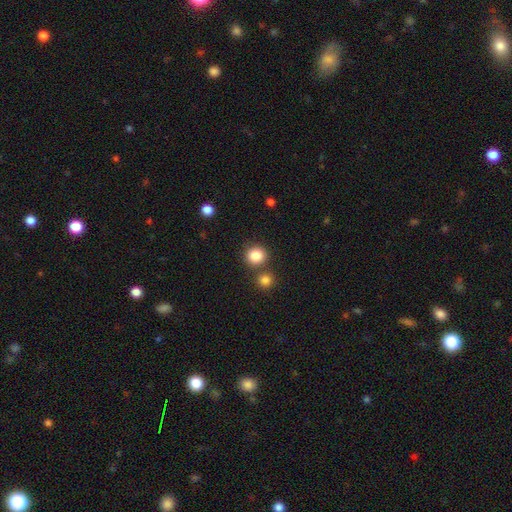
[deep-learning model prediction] smooth_or_featured: smooth (p=0.85) [alt: star or artifact p=0.10]
how_rounded: round (p=0.89) [alt: in between p=0.10]
merging: none (p=0.76) [alt: merger p=0.14]